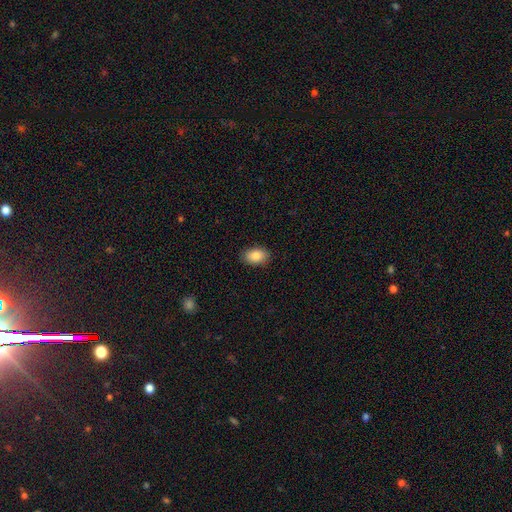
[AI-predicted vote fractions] A smooth galaxy with no disk features (87%) that is in between round and cigar-shaped (89%). Merging: none (89%).